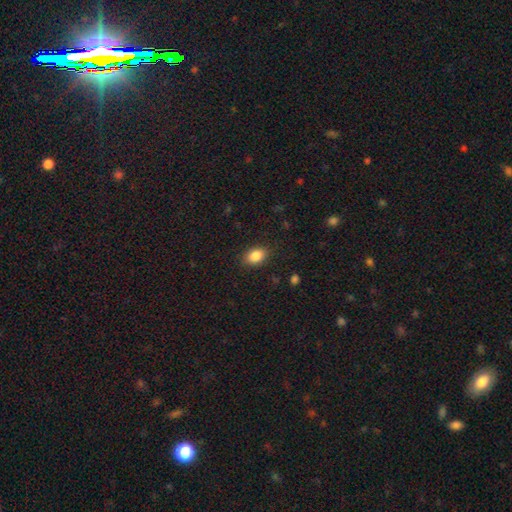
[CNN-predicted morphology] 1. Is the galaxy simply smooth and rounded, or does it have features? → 87% smooth, 8% star or artifact, 5% featured or disk.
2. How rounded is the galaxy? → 82% in between, 17% round, 1% cigar-shaped.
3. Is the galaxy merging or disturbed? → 86% none, 10% minor disturbance, 3% major disturbance, 1% merger.